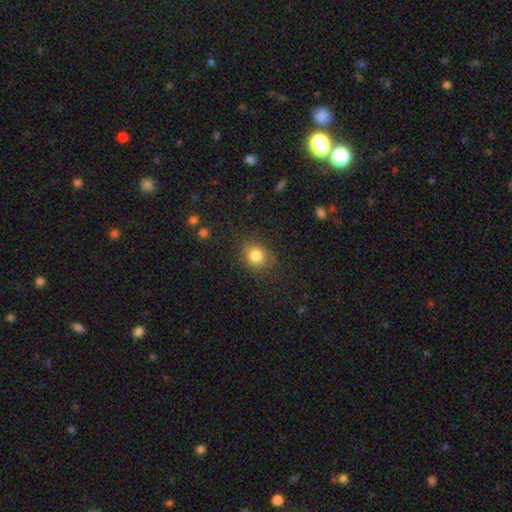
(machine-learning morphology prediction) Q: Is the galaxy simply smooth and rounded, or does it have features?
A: smooth — 82%.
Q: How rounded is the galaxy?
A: round — 74%.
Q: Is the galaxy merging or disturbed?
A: none — 83%.